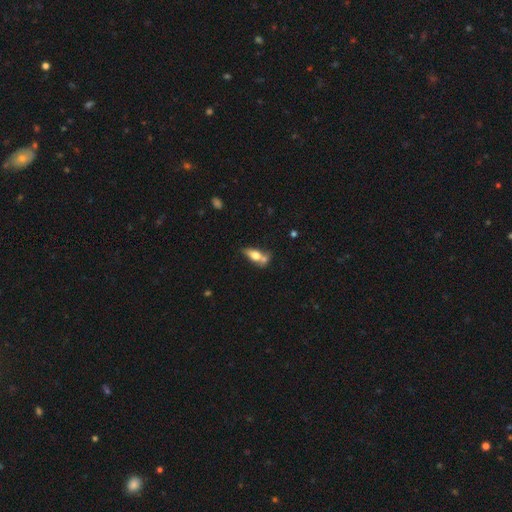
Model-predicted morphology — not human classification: smooth_or_featured: smooth (p=0.61) [alt: featured or disk p=0.31]
how_rounded: in between (p=0.73) [alt: cigar-shaped p=0.19]
merging: merger (p=0.47) [alt: none p=0.33]